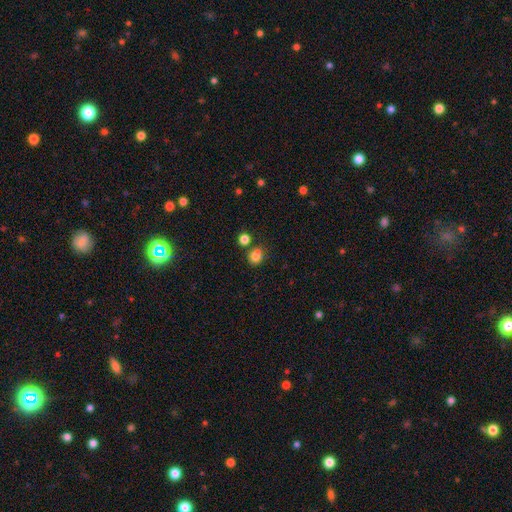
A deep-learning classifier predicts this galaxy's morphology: A smooth galaxy with no disk features (81%) that is round (56%).

Vote fractions:
- Smooth or featured? smooth: 81% / star or artifact: 14% / featured or disk: 5%
- How rounded? round: 56% / in between: 43% / cigar-shaped: 1%
- Merging? none: 63% / merger: 20% / minor disturbance: 13% / major disturbance: 4%